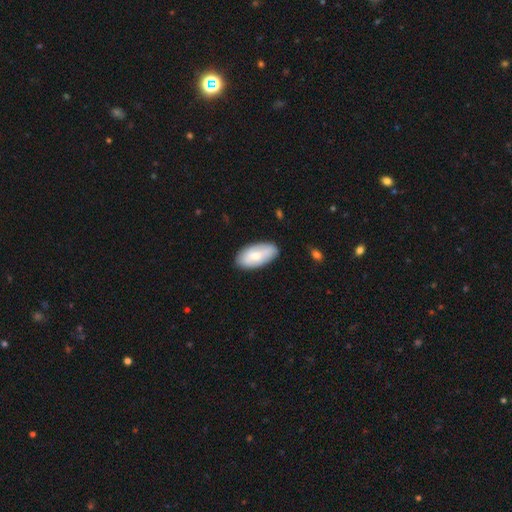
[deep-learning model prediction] The model was most divided on "smooth or featured": smooth: 61%, featured or disk: 33%, star or artifact: 6%. More confident: how rounded — in between (93%); merging — none (80%).